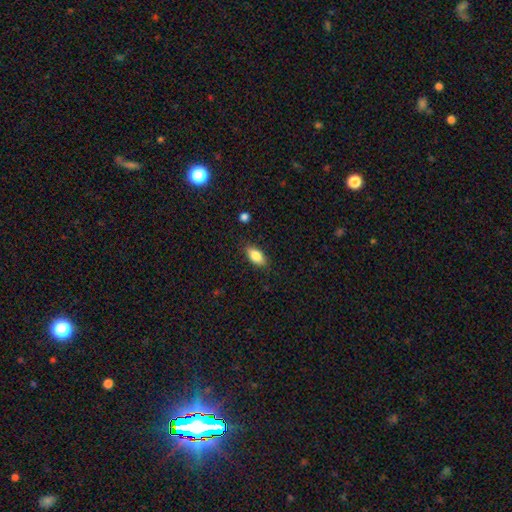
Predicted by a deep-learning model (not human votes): smooth-or-featured: smooth: 82% | featured or disk: 10% | star or artifact: 7%
  how-rounded: in between: 88% | cigar-shaped: 8% | round: 5%
  merging: none: 83% | minor disturbance: 13% | major disturbance: 3% | merger: 1%